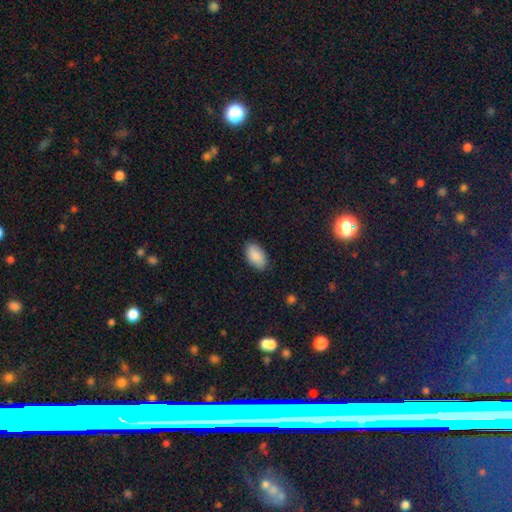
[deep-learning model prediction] smooth_or_featured: smooth (p=0.87) [alt: star or artifact p=0.06]
how_rounded: in between (p=0.95) [alt: round p=0.03]
merging: none (p=0.87) [alt: minor disturbance p=0.10]